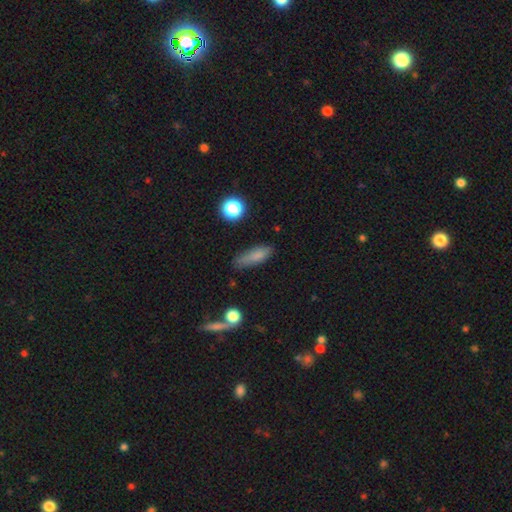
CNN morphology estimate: Smooth or featured?
  - smooth: 78% *
  - featured or disk: 12%
  - star or artifact: 10%
How rounded?
  - in between: 51% *
  - cigar-shaped: 44%
  - round: 4%
Merging?
  - none: 70% *
  - minor disturbance: 21%
  - major disturbance: 6%
  - merger: 3%